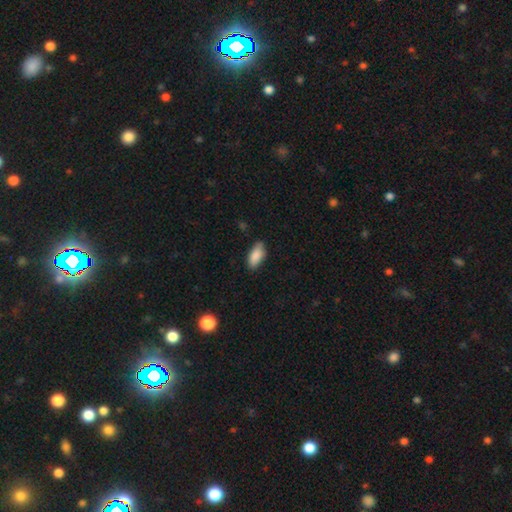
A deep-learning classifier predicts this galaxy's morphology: The model was most divided on "merging": none: 80%, minor disturbance: 16%, major disturbance: 3%, merger: 1%. More confident: how rounded — in between (88%); smooth or featured — smooth (88%).